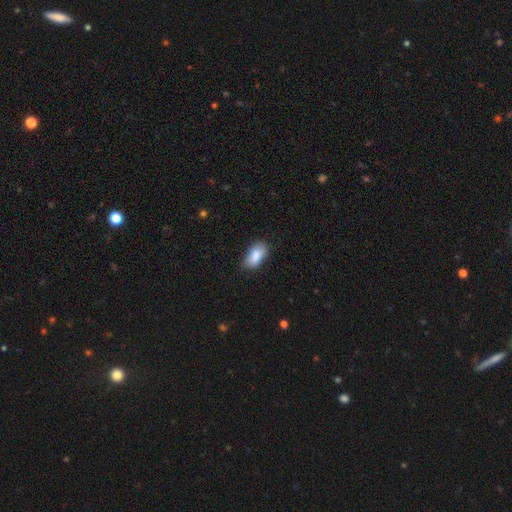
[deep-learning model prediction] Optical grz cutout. It shows a smooth galaxy with no disk features (85%) that is in between round and cigar-shaped (92%). Merging: none (68%).